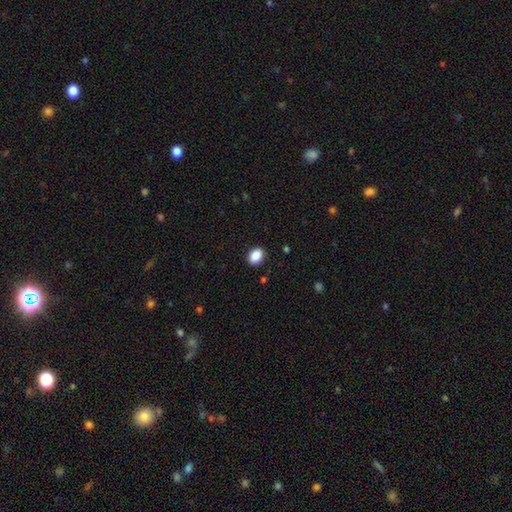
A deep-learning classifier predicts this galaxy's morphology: This appears to be a smooth galaxy with no disk features (89%) that is in between round and cigar-shaped (72%). Merging: none (90%).